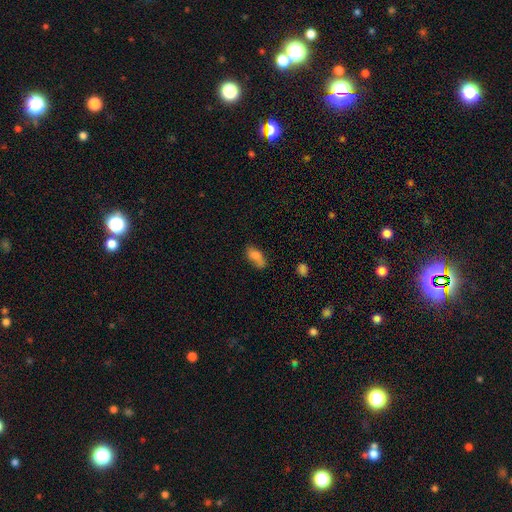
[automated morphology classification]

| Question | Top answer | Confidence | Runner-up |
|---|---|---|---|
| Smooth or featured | smooth | 75% | featured or disk (16%) |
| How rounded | in between | 83% | cigar-shaped (12%) |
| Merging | none | 56% | minor disturbance (26%) |